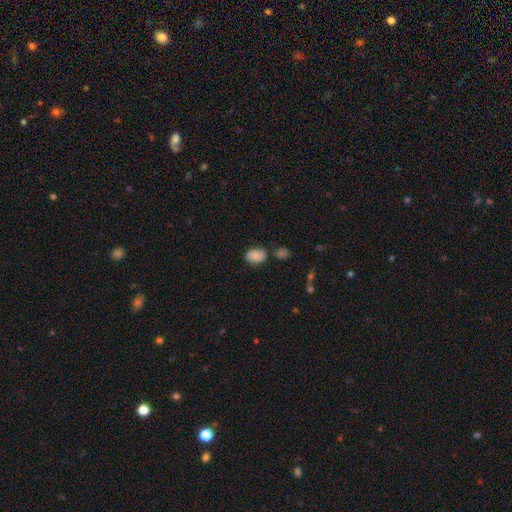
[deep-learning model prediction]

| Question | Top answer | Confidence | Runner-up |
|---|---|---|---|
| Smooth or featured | smooth | 82% | featured or disk (9%) |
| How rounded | in between | 82% | round (16%) |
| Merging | none | 66% | minor disturbance (18%) |